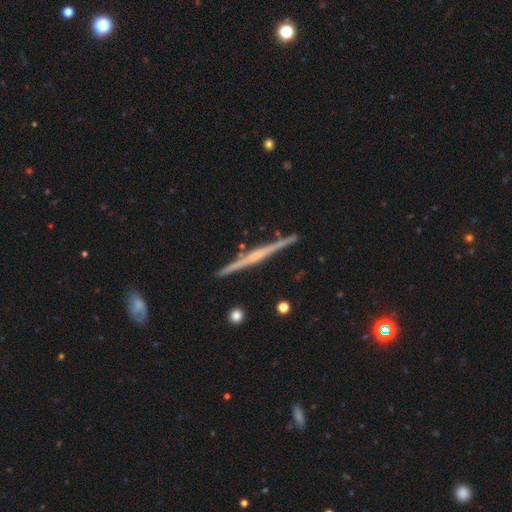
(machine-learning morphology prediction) A featured or disk galaxy (77%) viewed edge-on (98%) with no central bulge (49%). Merging: none (90%).